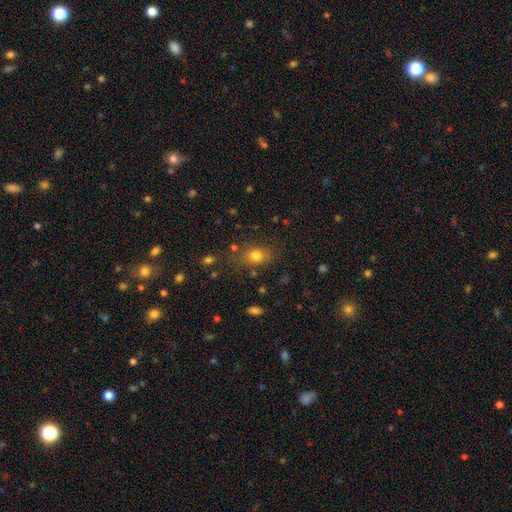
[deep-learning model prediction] A smooth galaxy with no disk features (77%) that is in between round and cigar-shaped (60%).

Vote fractions:
- Smooth or featured? smooth: 77% / star or artifact: 14% / featured or disk: 10%
- How rounded? in between: 60% / round: 38% / cigar-shaped: 3%
- Merging? none: 73% / minor disturbance: 16% / major disturbance: 6% / merger: 5%